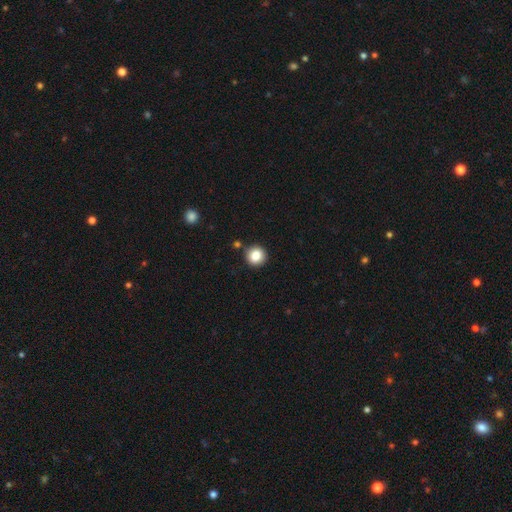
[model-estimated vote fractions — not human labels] smooth 83%, star or artifact 10%, featured or disk 7%. Down the decision tree: how rounded — round (93%); merging — none (87%).